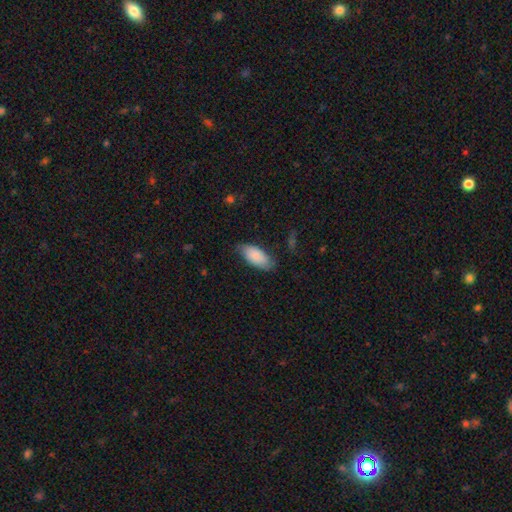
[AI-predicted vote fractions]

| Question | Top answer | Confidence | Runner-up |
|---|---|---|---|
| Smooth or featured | smooth | 82% | featured or disk (12%) |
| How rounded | in between | 91% | cigar-shaped (7%) |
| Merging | none | 68% | minor disturbance (25%) |